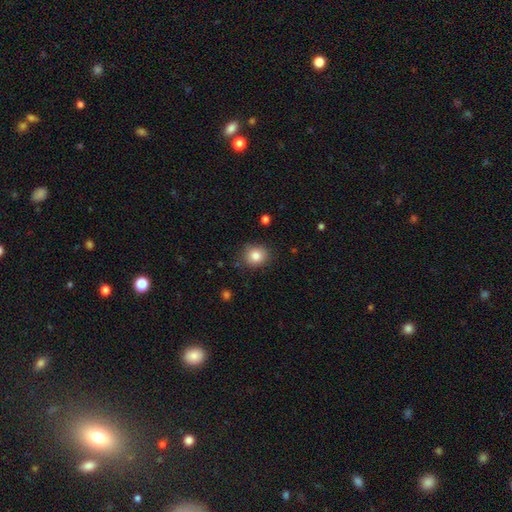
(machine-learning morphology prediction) type=smooth (83%); roundness=round (79%); merging=none (85%).